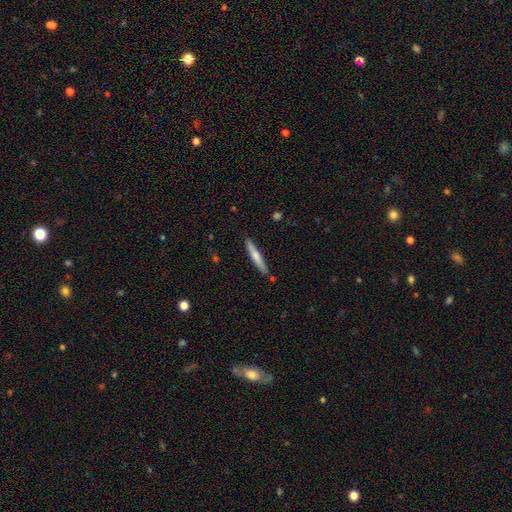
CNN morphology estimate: This is likely a smooth galaxy (61%). How rounded: clearly cigar-shaped (94%). Merging: clearly none (87%).